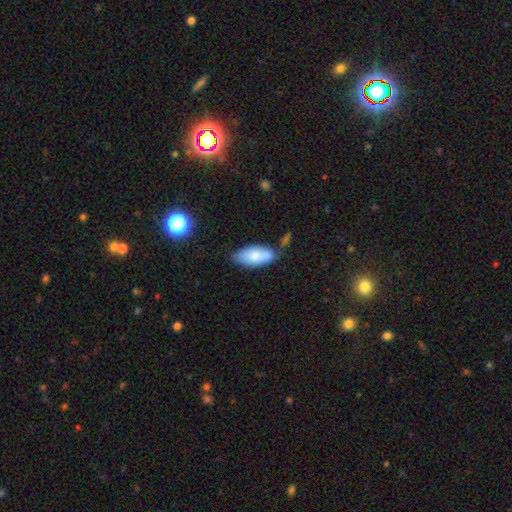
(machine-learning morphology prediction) A smooth galaxy with no disk features (80%) that is in between round and cigar-shaped (87%). Merging: none (63%).